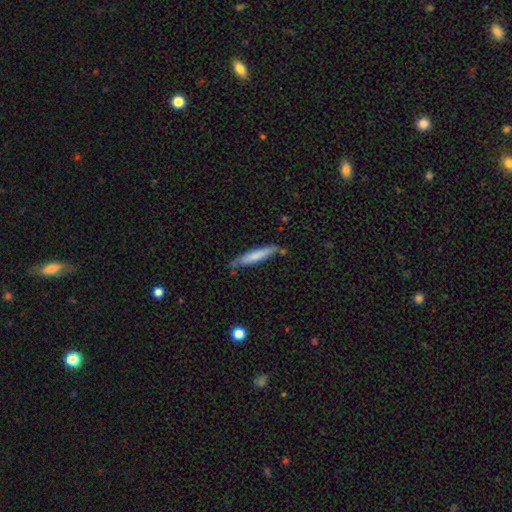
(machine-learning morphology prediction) Smooth or featured? smooth (70%)
How rounded? cigar-shaped (91%)
Merging? none (75%)